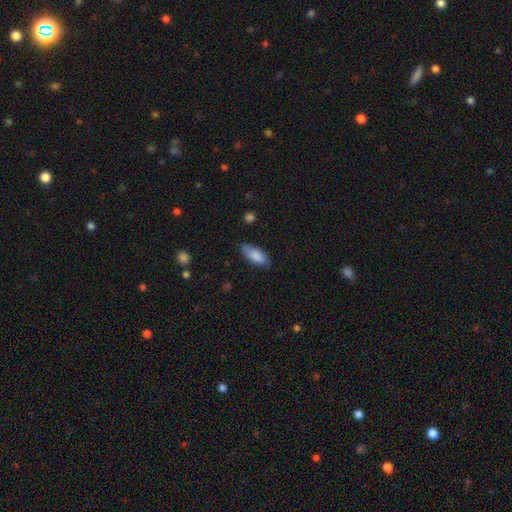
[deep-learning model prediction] Overall: smooth (84%). How rounded: in between (84%). Merging: none (72%).